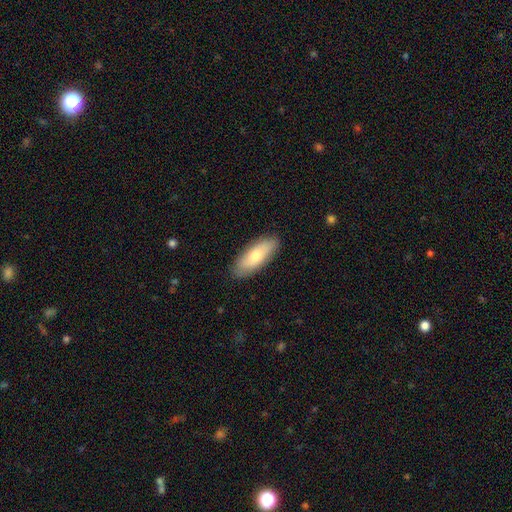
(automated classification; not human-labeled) Overall: smooth (72%). How rounded: in between (70%). Merging: none (87%).